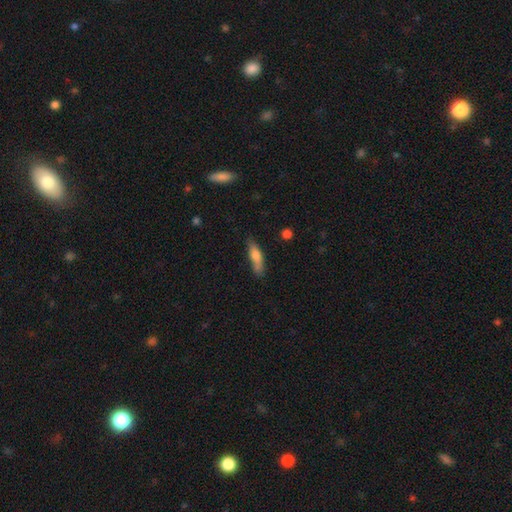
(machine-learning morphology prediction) A smooth galaxy with no disk features (71%) that is cigar-shaped (63%). Merging: none (65%).